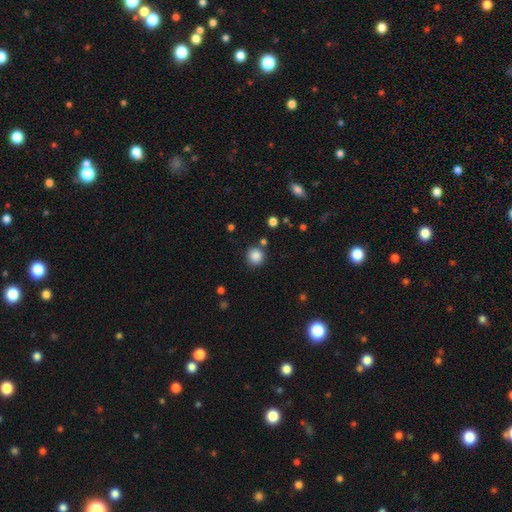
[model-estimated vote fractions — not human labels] smooth 86%, star or artifact 10%, featured or disk 4%. Down the decision tree: how rounded — round (93%); merging — none (84%).